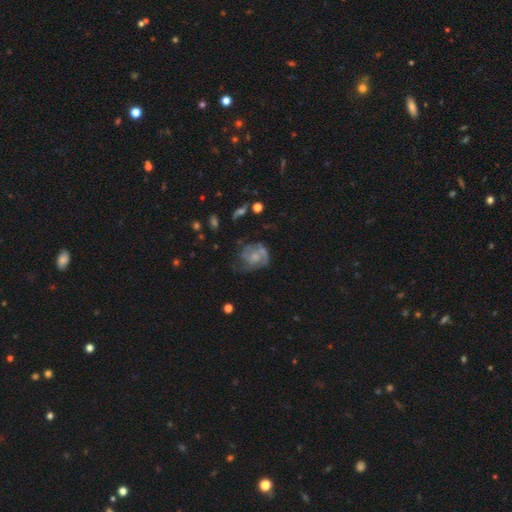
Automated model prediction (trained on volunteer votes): Q: Smooth or featured?
A: featured or disk (68%); runner-up: smooth (24%)
Q: Edge-on disk?
A: no (98%); runner-up: yes (2%)
Q: Bar?
A: no (74%); runner-up: weak (23%)
Q: Spiral arms?
A: yes (79%); runner-up: no (21%)
Q: Spiral winding?
A: medium (40%); tied with: tight (40%)
Q: Spiral arm count?
A: 2 (38%); runner-up: can't tell (27%)
Q: Bulge size?
A: small (40%); runner-up: moderate (35%)
Q: Merging?
A: none (43%); runner-up: major disturbance (28%)